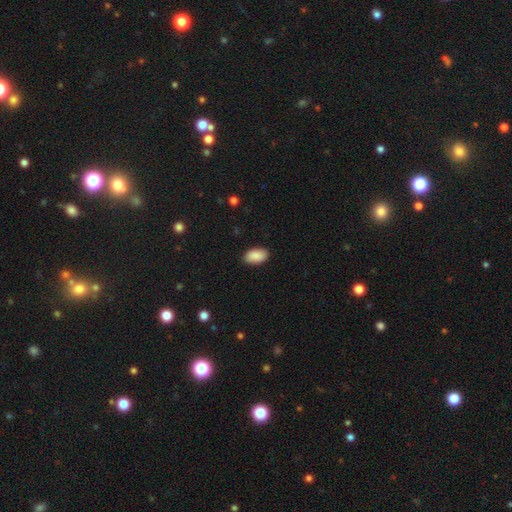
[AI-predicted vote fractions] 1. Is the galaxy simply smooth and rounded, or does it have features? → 90% smooth, 6% star or artifact, 4% featured or disk.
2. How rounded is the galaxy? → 94% in between, 5% round, 1% cigar-shaped.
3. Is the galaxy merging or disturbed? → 88% none, 9% minor disturbance, 2% major disturbance, 1% merger.